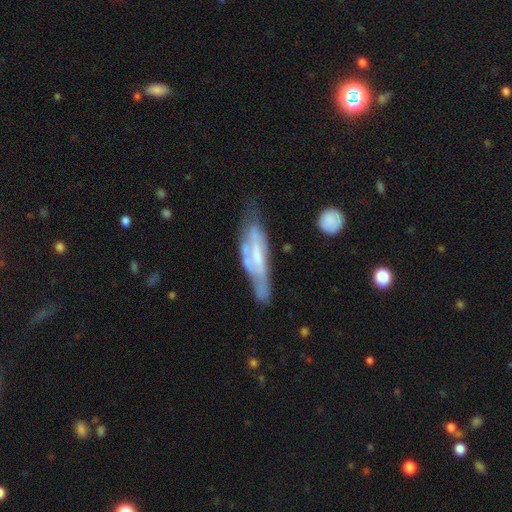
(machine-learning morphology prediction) featured or disk 66%, smooth 27%, star or artifact 7%. Down the decision tree: edge-on disk — no (64%); merging — none (40%).